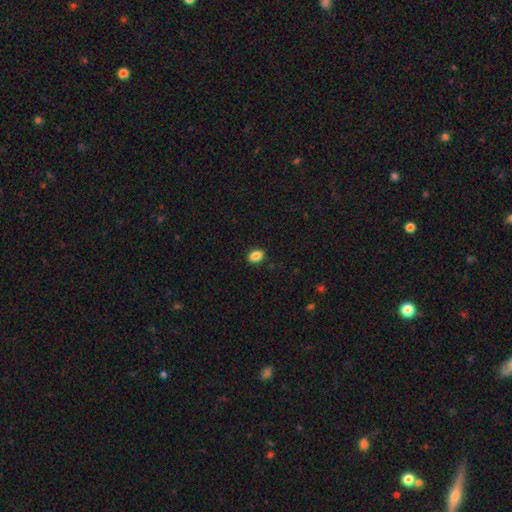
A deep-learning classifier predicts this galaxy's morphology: Smooth or featured?
  - smooth: 88% *
  - star or artifact: 9%
  - featured or disk: 3%
How rounded?
  - in between: 79% *
  - round: 20%
  - cigar-shaped: 1%
Merging?
  - none: 89% *
  - minor disturbance: 8%
  - major disturbance: 2%
  - merger: 1%